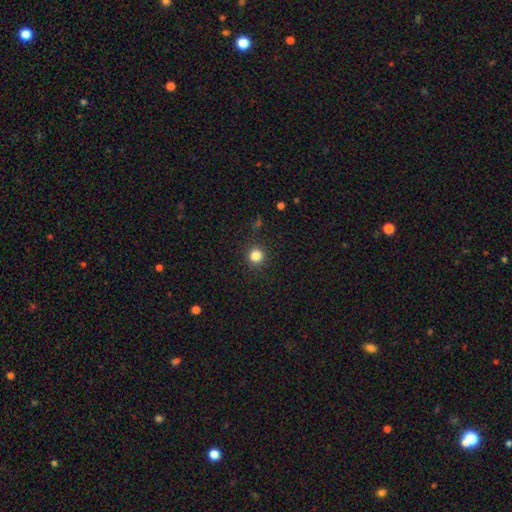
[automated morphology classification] Smooth or featured: smooth — 83% (star or artifact — 12%)
How rounded: round — 94% (in between — 5%)
Merging: none — 91% (minor disturbance — 6%)